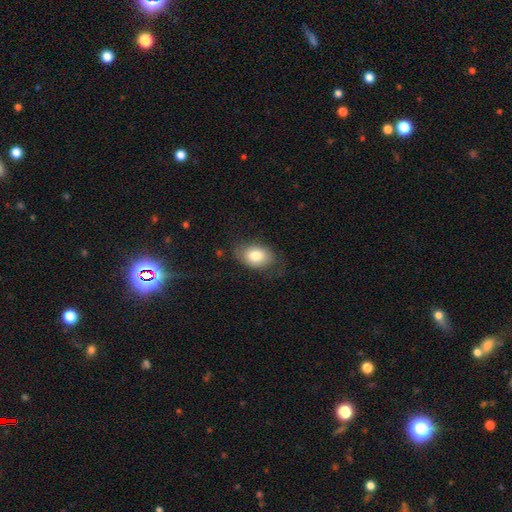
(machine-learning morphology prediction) Smooth or featured?
  - smooth: 76% *
  - featured or disk: 16%
  - star or artifact: 7%
How rounded?
  - in between: 81% *
  - round: 18%
  - cigar-shaped: 1%
Merging?
  - none: 68% *
  - minor disturbance: 22%
  - major disturbance: 9%
  - merger: 1%